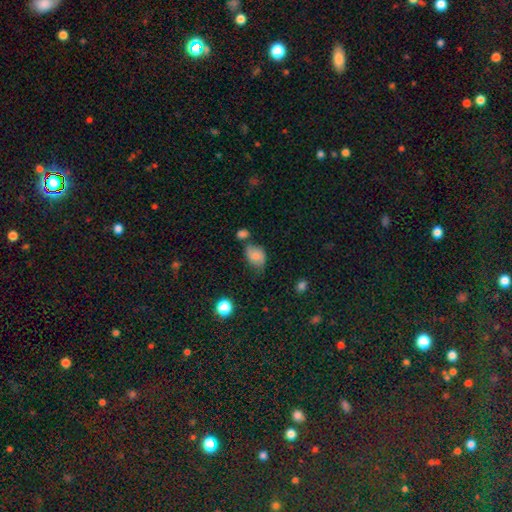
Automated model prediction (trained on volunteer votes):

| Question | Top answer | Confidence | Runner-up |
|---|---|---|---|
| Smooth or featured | smooth | 68% | featured or disk (22%) |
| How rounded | in between | 73% | round (26%) |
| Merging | none | 42% | minor disturbance (34%) |